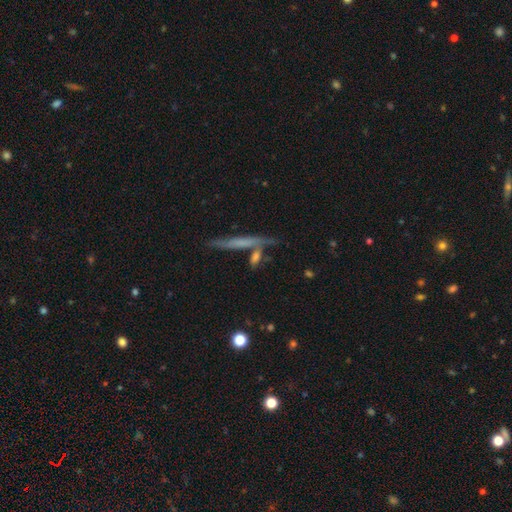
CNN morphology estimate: Smooth or featured: featured or disk — 46% (smooth — 45%)
Merging: none — 66% (merger — 16%)